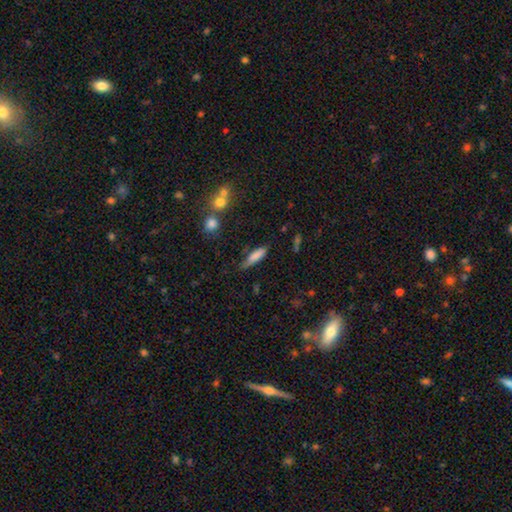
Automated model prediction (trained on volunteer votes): A smooth galaxy with no disk features (80%) that is cigar-shaped (62%). Merging: none (66%).